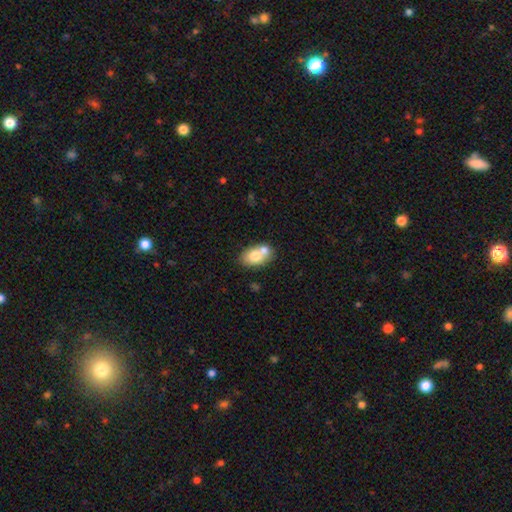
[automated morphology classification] smooth_or_featured: smooth (p=0.71) [alt: featured or disk p=0.21]
how_rounded: in between (p=0.79) [alt: round p=0.19]
merging: merger (p=0.44) [alt: none p=0.42]